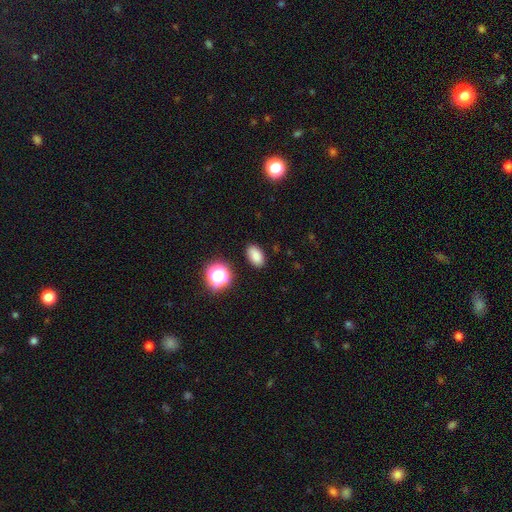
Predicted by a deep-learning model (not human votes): Smooth or featured? Predicted: smooth (p=0.81). How rounded? Predicted: in between (p=0.88). Merging? Predicted: none (p=0.87).